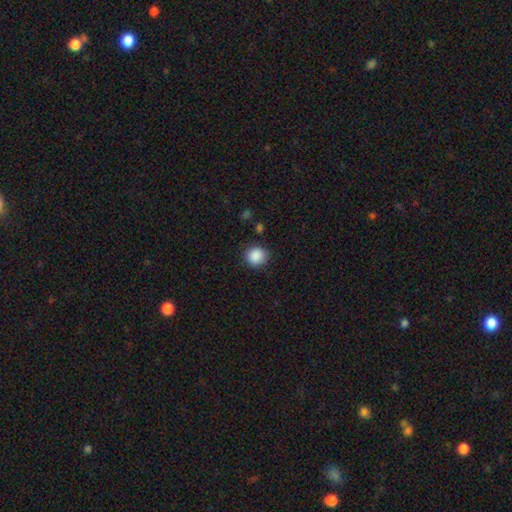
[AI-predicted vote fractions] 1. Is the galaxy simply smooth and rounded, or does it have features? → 88% smooth, 9% star or artifact, 3% featured or disk.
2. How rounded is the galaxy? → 88% round, 11% in between, 1% cigar-shaped.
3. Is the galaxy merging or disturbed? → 87% none, 9% minor disturbance, 3% major disturbance, 2% merger.